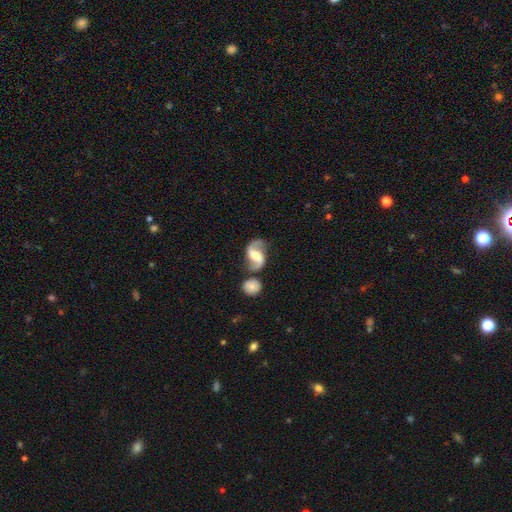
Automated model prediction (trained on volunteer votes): Smooth or featured? Predicted: featured or disk (p=0.83). Edge-on disk? Predicted: no (p=0.97). Bar? Predicted: weak (p=0.40). Spiral arms? Predicted: yes (p=0.95). Spiral winding? Predicted: loose (p=0.54). Spiral arm count? Predicted: 2 (p=0.92). Bulge size? Predicted: moderate (p=0.54). Merging? Predicted: none (p=0.63).